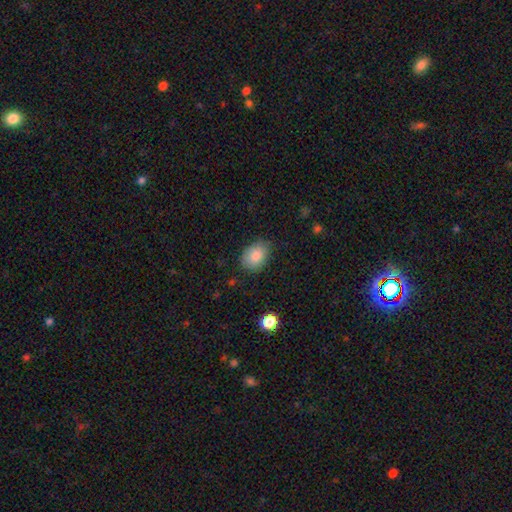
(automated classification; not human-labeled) smooth-or-featured: smooth: 85% | star or artifact: 8% | featured or disk: 7%
  how-rounded: in between: 69% | round: 30% | cigar-shaped: 1%
  merging: none: 73% | minor disturbance: 21% | major disturbance: 4% | merger: 1%